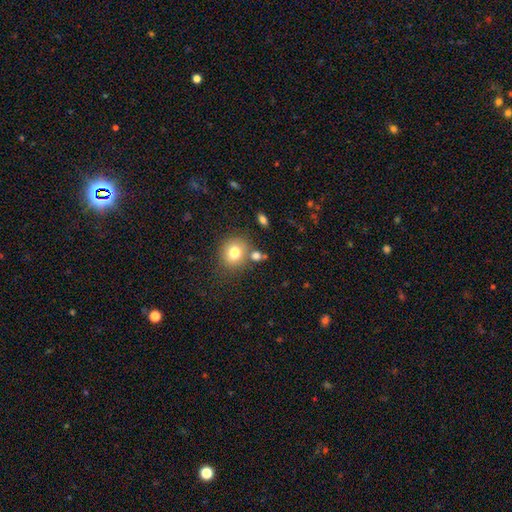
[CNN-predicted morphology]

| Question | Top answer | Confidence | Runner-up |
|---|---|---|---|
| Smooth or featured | smooth | 77% | star or artifact (12%) |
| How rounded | round | 66% | in between (32%) |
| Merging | none | 66% | merger (18%) |